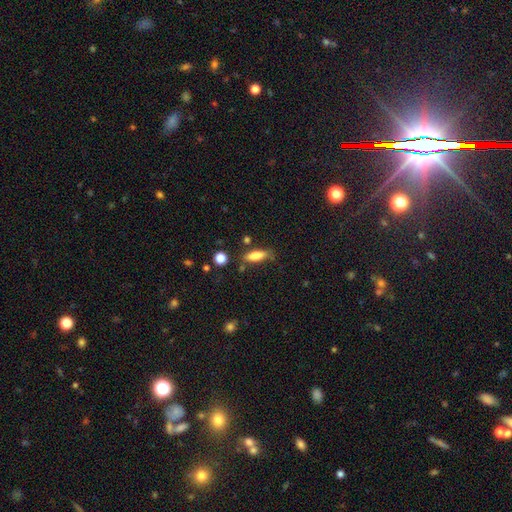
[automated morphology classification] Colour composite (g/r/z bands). It shows a smooth galaxy with no disk features (81%) that is in between round and cigar-shaped (53%). Merging: none (73%).